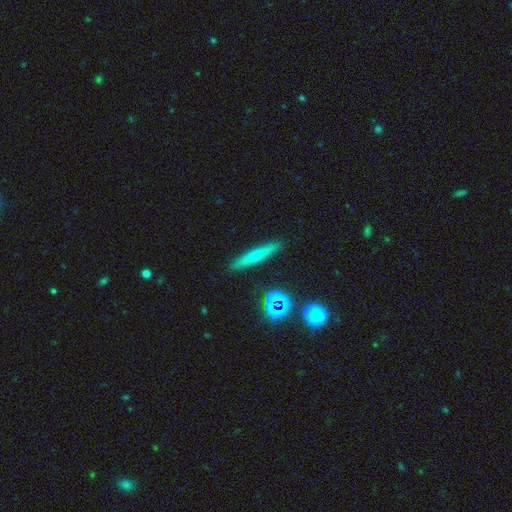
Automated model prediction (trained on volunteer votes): Smooth or featured?
  - smooth: 55% *
  - featured or disk: 34%
  - star or artifact: 12%
How rounded?
  - cigar-shaped: 91% *
  - in between: 5%
  - round: 3%
Merging?
  - none: 89% *
  - minor disturbance: 7%
  - major disturbance: 2%
  - merger: 2%